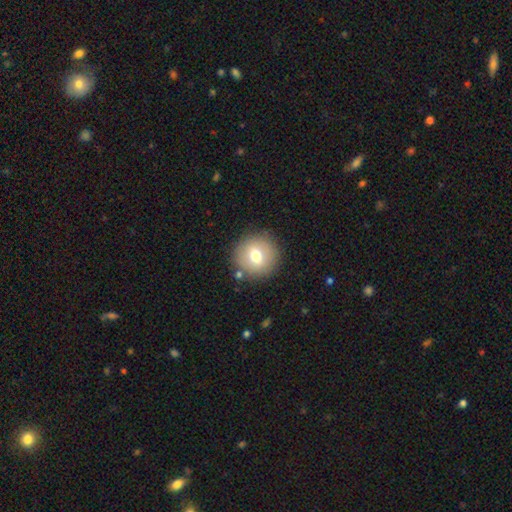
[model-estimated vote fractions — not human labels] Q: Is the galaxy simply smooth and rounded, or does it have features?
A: smooth — 70%.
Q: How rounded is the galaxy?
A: round — 94%.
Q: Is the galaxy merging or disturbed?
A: none — 87%.